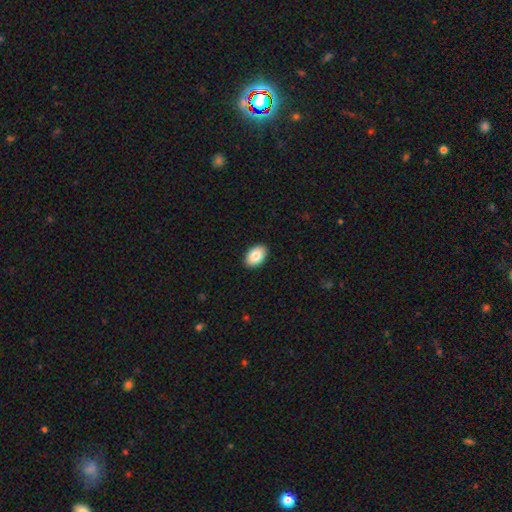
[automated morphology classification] Q: Smooth or featured?
A: smooth (85%); runner-up: featured or disk (8%)
Q: How rounded?
A: in between (91%); runner-up: round (8%)
Q: Merging?
A: none (91%); runner-up: minor disturbance (7%)